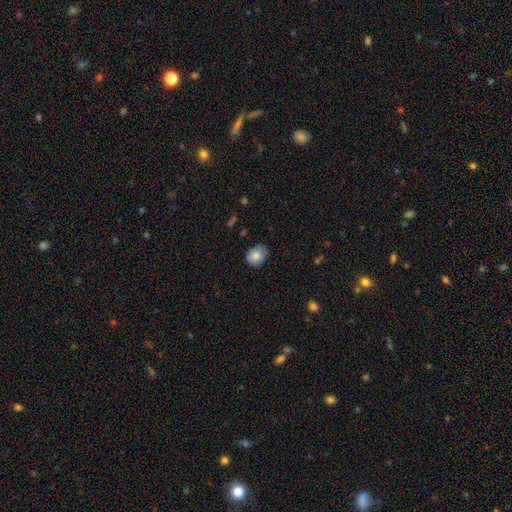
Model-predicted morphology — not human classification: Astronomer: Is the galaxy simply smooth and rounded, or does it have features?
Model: smooth — 80%.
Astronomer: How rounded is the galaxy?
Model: round — 60% (runner-up: in between, 39%).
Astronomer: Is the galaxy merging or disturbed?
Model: none — 74%.